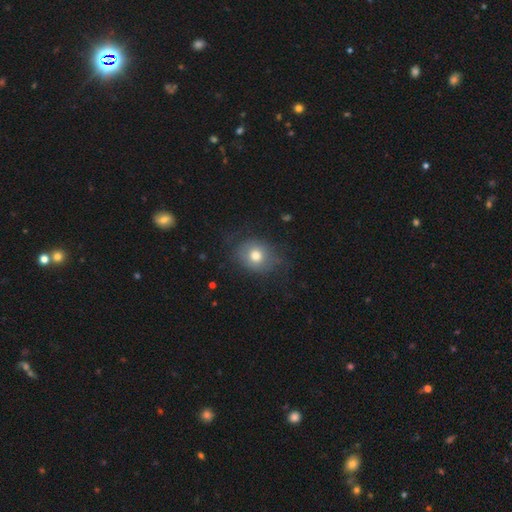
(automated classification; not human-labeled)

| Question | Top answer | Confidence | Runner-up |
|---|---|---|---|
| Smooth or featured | smooth | 73% | featured or disk (17%) |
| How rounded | round | 63% | in between (36%) |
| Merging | none | 67% | minor disturbance (21%) |